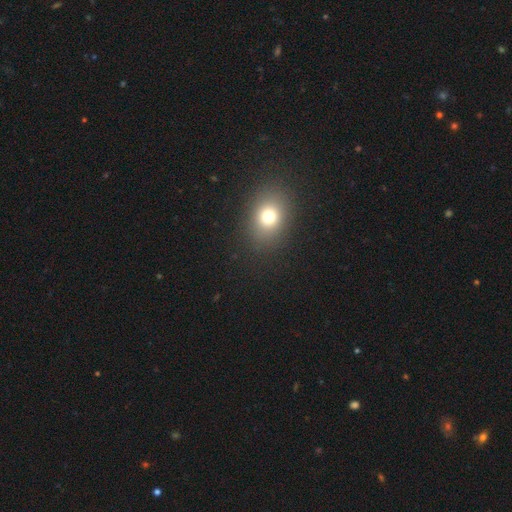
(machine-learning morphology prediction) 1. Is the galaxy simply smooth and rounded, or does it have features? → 70% smooth, 22% star or artifact, 8% featured or disk.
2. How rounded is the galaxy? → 56% in between, 43% round, 1% cigar-shaped.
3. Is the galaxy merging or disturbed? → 92% none, 5% minor disturbance, 2% major disturbance, 1% merger.